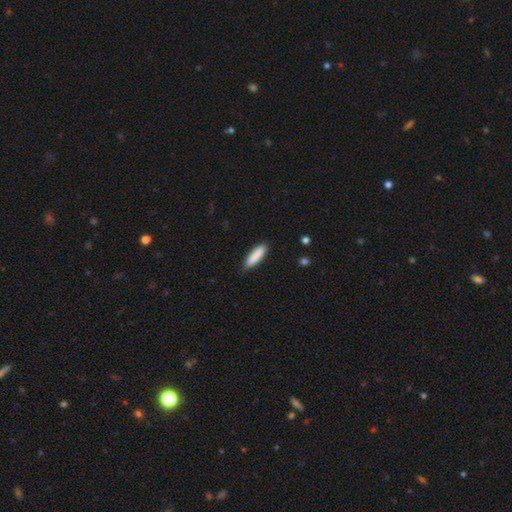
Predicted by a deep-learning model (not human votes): Overall: smooth (87%). How rounded: cigar-shaped (68%; in between 31%). Merging: none (86%).